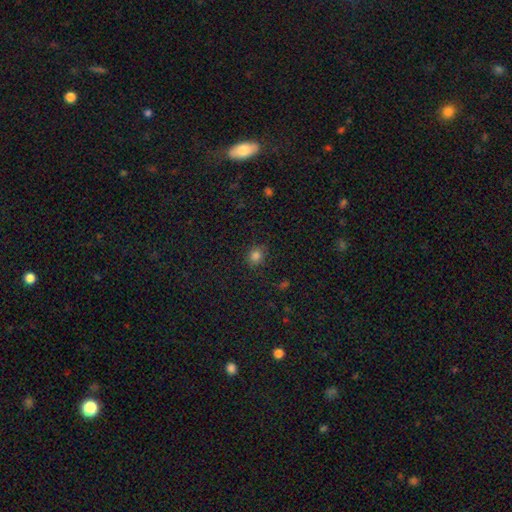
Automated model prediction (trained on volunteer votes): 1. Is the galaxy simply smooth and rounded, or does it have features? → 82% smooth, 14% star or artifact, 4% featured or disk.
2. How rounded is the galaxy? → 79% round, 20% in between, 1% cigar-shaped.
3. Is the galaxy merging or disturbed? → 85% none, 10% minor disturbance, 3% major disturbance, 1% merger.